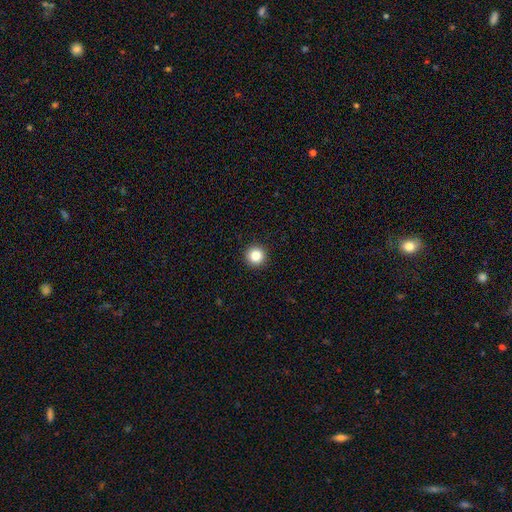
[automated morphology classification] This is clearly a smooth galaxy (84%). How rounded: clearly round (96%). Merging: clearly none (94%).